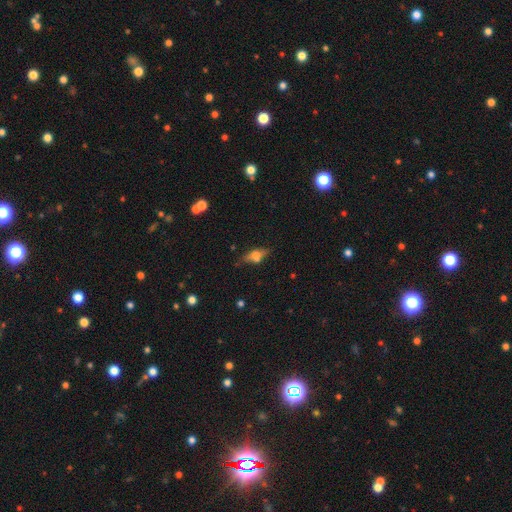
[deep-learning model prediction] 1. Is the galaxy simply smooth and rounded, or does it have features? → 45% featured or disk, 43% smooth, 12% star or artifact.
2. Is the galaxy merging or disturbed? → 61% none, 21% minor disturbance, 9% major disturbance, 9% merger.